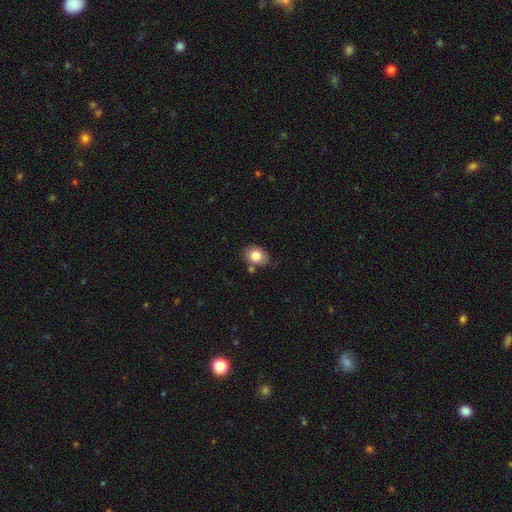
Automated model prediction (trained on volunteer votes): This is clearly a smooth galaxy (81%). How rounded: likely in between (64%). Merging: likely none (72%).